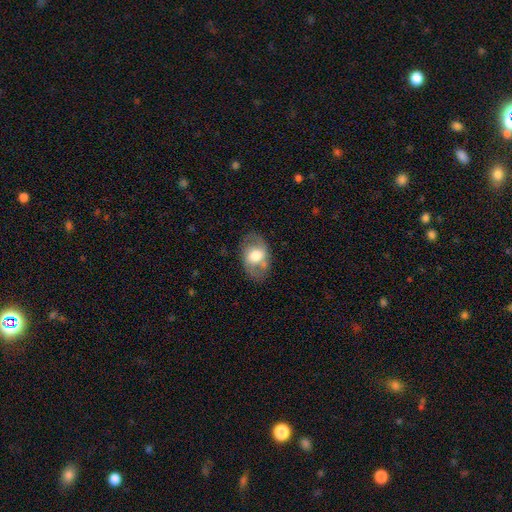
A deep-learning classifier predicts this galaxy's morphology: Q: Smooth or featured?
A: featured or disk (48%); runner-up: smooth (46%)
Q: Merging?
A: none (70%); runner-up: minor disturbance (19%)